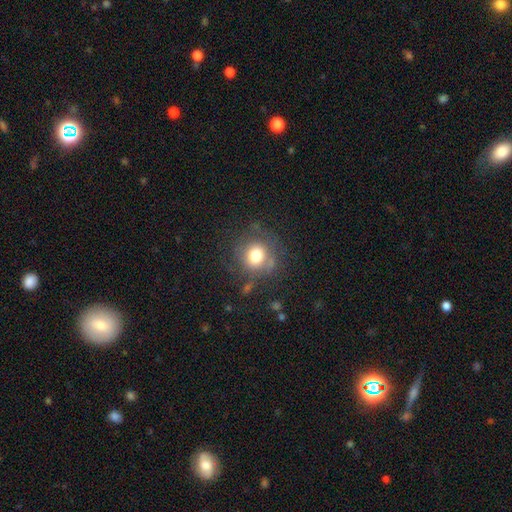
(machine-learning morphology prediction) This appears to be a smooth galaxy with no disk features (71%) that is round (89%). Merging: none (72%).